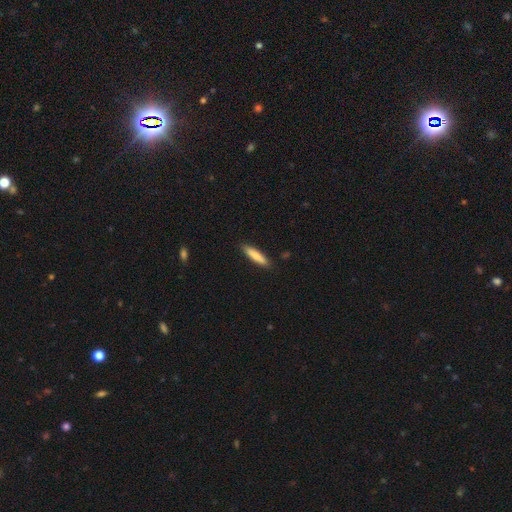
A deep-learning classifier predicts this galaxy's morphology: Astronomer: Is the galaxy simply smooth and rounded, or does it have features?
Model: smooth — 81%.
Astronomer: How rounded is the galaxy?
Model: cigar-shaped — 82%.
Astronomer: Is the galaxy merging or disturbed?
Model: none — 88%.